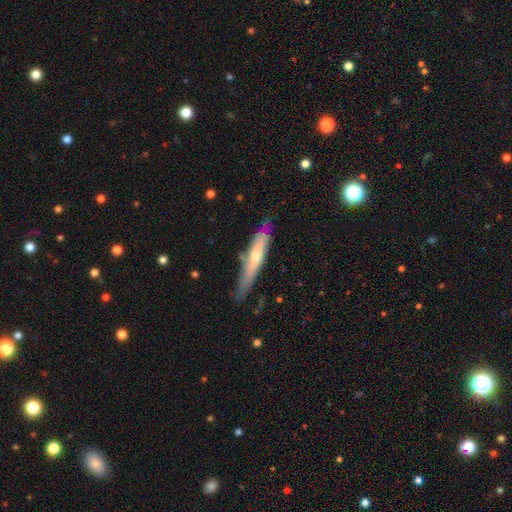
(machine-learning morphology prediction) A featured or disk galaxy (53%) viewed edge-on (75%).

Vote fractions:
- Smooth or featured? featured or disk: 53% / smooth: 41% / star or artifact: 6%
- Edge-on disk? yes: 75% / no: 25%
- Merging? none: 67% / minor disturbance: 23% / major disturbance: 6% / merger: 4%